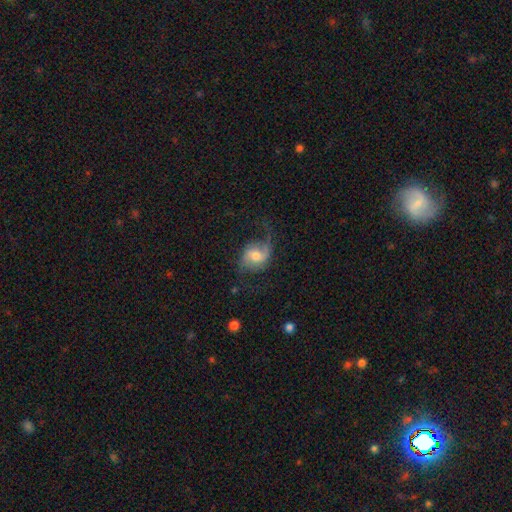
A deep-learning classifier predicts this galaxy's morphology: Smooth or featured: featured or disk — 69% (smooth — 24%)
Edge-on disk: no — 97% (yes — 3%)
Bar: weak — 44% (tied with no — 44%)
Spiral arms: yes — 92% (no — 8%)
Spiral winding: loose — 64% (medium — 29%)
Spiral arm count: 2 — 80% (1 — 14%)
Bulge size: moderate — 63% (small — 24%)
Merging: none — 58% (minor disturbance — 20%)